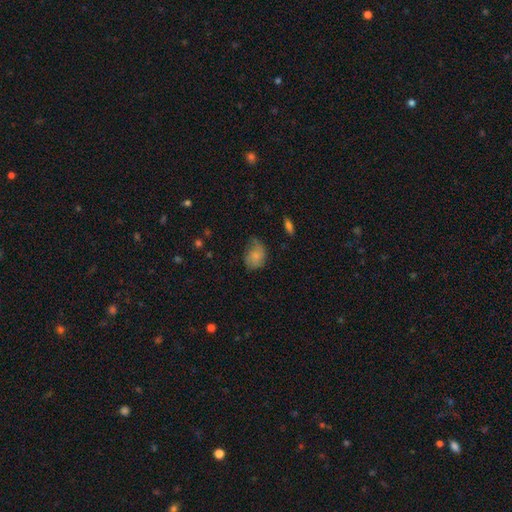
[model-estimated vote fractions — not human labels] Smooth or featured?
  - smooth: 66% *
  - featured or disk: 25%
  - star or artifact: 8%
How rounded?
  - in between: 62% *
  - round: 37%
  - cigar-shaped: 1%
Merging?
  - none: 45% *
  - minor disturbance: 37%
  - major disturbance: 16%
  - merger: 2%